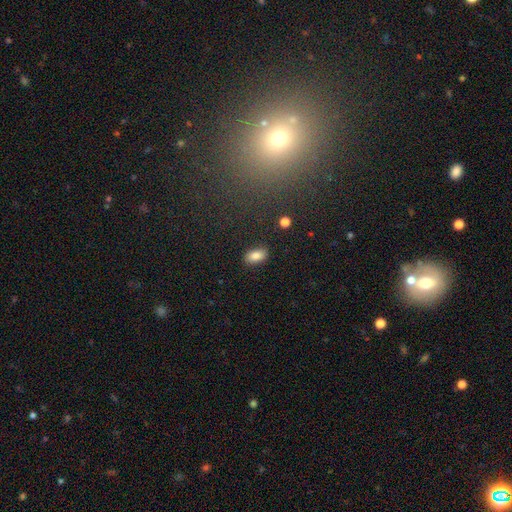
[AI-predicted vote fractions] Smooth or featured? Predicted: smooth (p=0.84). How rounded? Predicted: in between (p=0.91). Merging? Predicted: none (p=0.86).